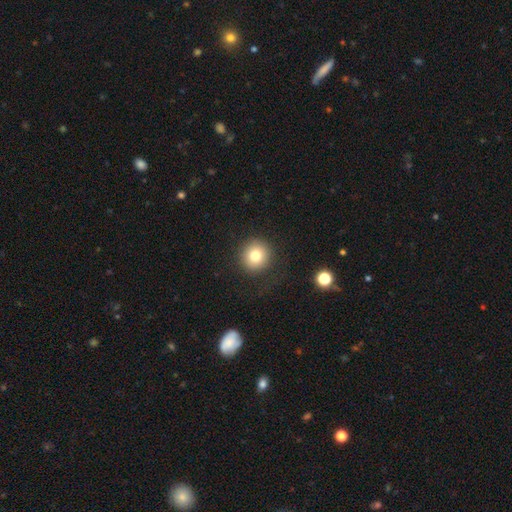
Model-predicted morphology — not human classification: Smooth or featured?
  - smooth: 79% *
  - star or artifact: 11%
  - featured or disk: 10%
How rounded?
  - round: 93% *
  - in between: 6%
  - cigar-shaped: 1%
Merging?
  - none: 88% *
  - minor disturbance: 7%
  - major disturbance: 3%
  - merger: 1%